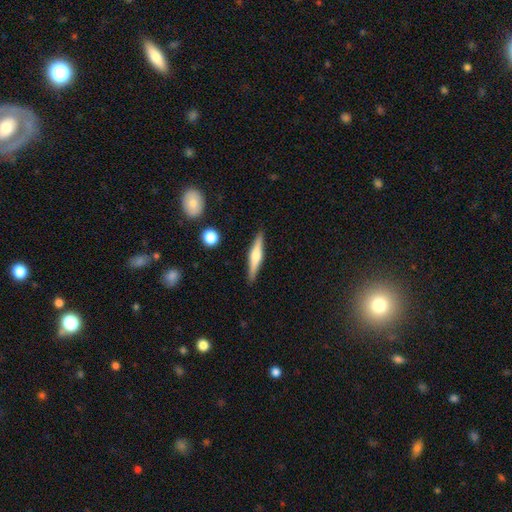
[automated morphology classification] This is possibly a featured or disk galaxy (56%). It is clearly viewed edge-on (96%). Edge-on bulge: clearly rounded (83%). Merging: clearly none (88%).